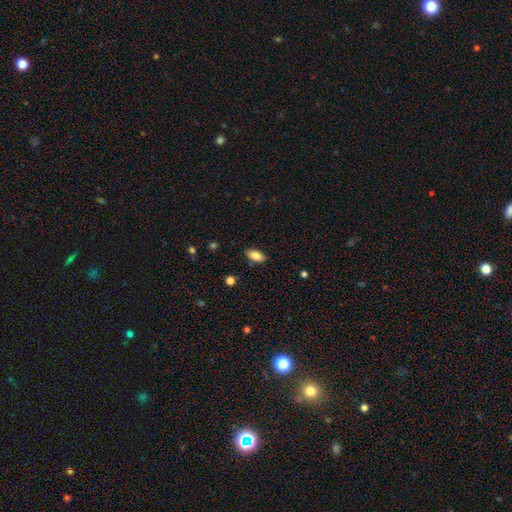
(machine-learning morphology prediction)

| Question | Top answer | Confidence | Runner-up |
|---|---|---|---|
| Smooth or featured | smooth | 83% | featured or disk (9%) |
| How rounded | in between | 90% | cigar-shaped (6%) |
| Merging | none | 85% | minor disturbance (11%) |